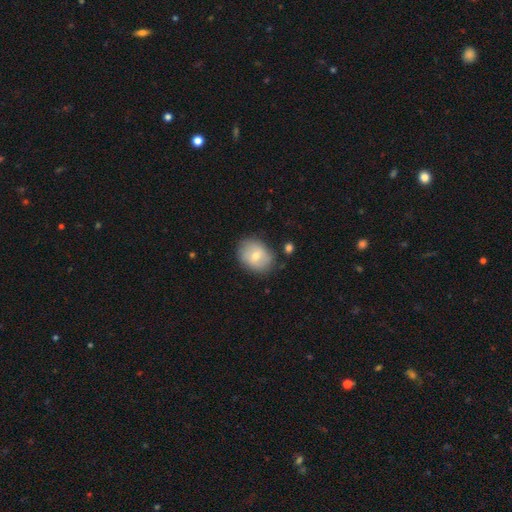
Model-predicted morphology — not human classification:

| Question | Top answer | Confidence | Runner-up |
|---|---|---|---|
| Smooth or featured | smooth | 69% | featured or disk (24%) |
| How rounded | in between | 58% | round (41%) |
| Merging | none | 76% | minor disturbance (17%) |